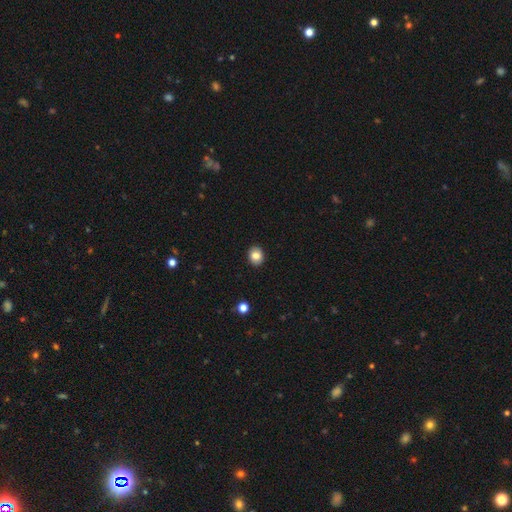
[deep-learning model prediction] This appears to be a smooth galaxy with no disk features (84%) that is round (56%). Merging: none (91%).